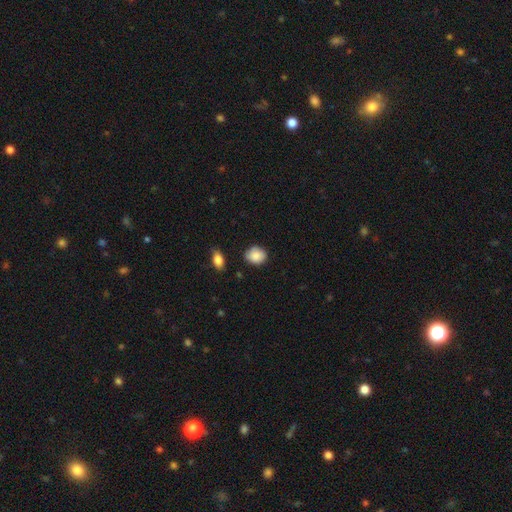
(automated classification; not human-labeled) Q: Smooth or featured?
A: smooth (87%); runner-up: star or artifact (7%)
Q: How rounded?
A: round (61%); runner-up: in between (38%)
Q: Merging?
A: none (81%); runner-up: minor disturbance (14%)